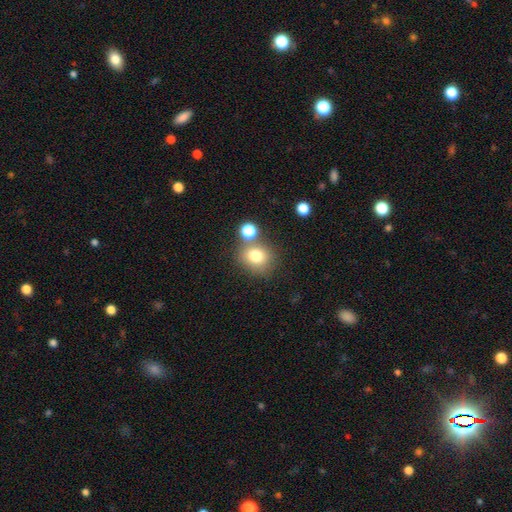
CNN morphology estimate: smooth_or_featured: smooth (p=0.77) [alt: star or artifact p=0.13]
how_rounded: round (p=0.74) [alt: in between p=0.25]
merging: none (p=0.67) [alt: merger p=0.17]